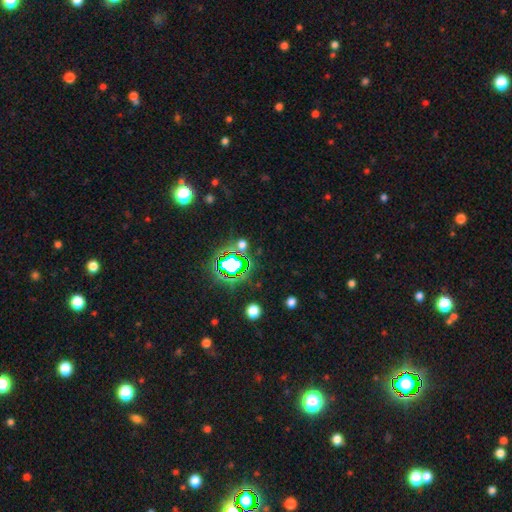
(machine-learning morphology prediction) type=star or artifact (80%).